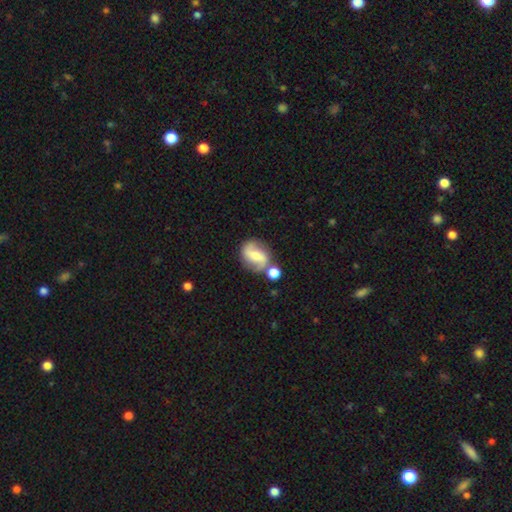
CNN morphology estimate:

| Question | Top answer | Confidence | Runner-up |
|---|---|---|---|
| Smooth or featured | featured or disk | 71% | smooth (22%) |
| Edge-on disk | no | 97% | yes (3%) |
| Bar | weak | 41% | no (31%) |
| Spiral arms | yes | 92% | no (8%) |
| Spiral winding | medium | 44% | loose (40%) |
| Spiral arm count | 2 | 89% | can't tell (5%) |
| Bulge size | moderate | 46% | small (38%) |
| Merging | none | 64% | merger (17%) |